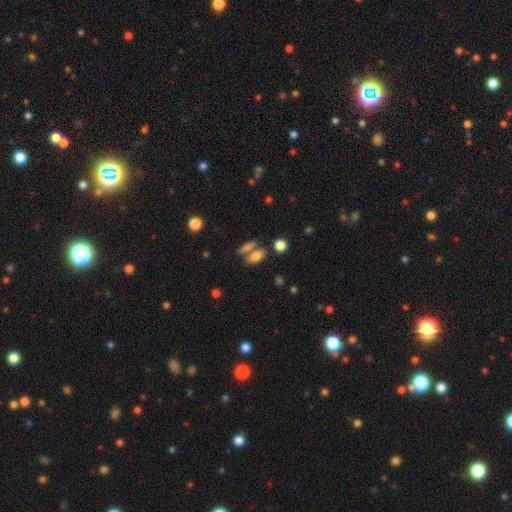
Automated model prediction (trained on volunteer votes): smooth-or-featured: smooth: 78% | featured or disk: 12% | star or artifact: 9%
  how-rounded: in between: 78% | cigar-shaped: 13% | round: 9%
  merging: none: 54% | merger: 30% | minor disturbance: 11% | major disturbance: 5%